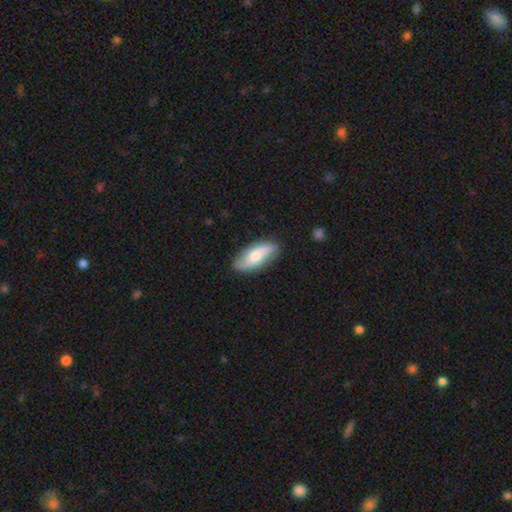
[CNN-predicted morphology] featured or disk 49%, smooth 46%, star or artifact 6%. Down the decision tree: merging — none (84%).